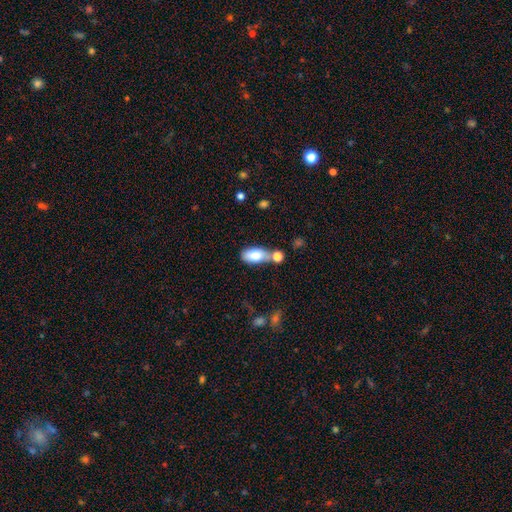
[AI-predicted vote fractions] Smooth or featured? Predicted: smooth (p=0.78). How rounded? Predicted: in between (p=0.90). Merging? Predicted: none (p=0.50).